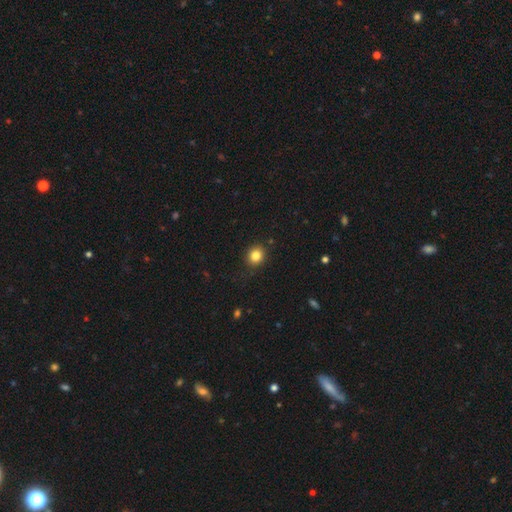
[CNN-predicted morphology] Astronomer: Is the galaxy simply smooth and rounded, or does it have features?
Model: smooth — 83%.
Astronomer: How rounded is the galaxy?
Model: round — 81%.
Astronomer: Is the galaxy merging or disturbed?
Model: none — 88%.